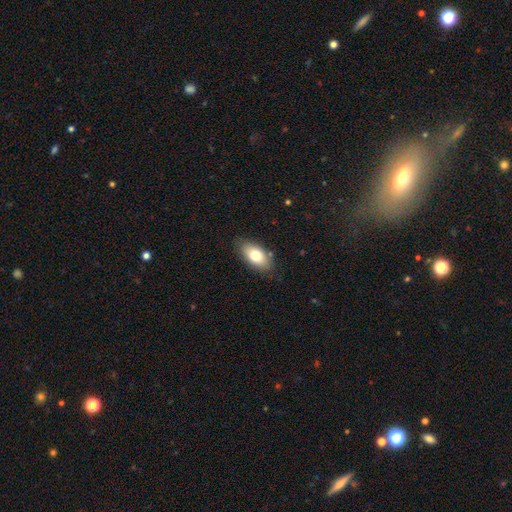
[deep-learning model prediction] Smooth or featured: smooth — 76% (featured or disk — 17%)
How rounded: in between — 91% (cigar-shaped — 5%)
Merging: none — 83% (minor disturbance — 13%)